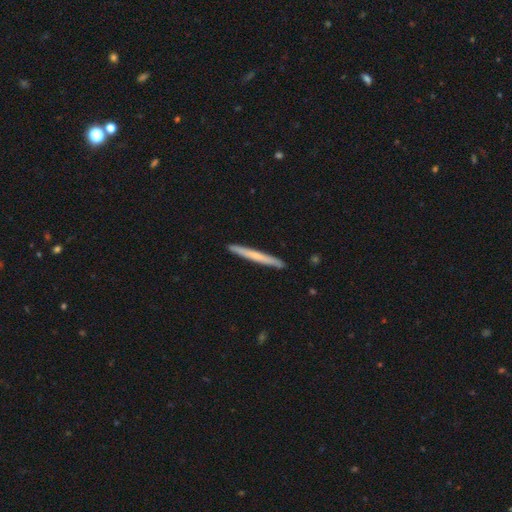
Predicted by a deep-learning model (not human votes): Smooth or featured: smooth — 57% (featured or disk — 38%)
How rounded: cigar-shaped — 97% (in between — 2%)
Merging: none — 92% (minor disturbance — 6%)